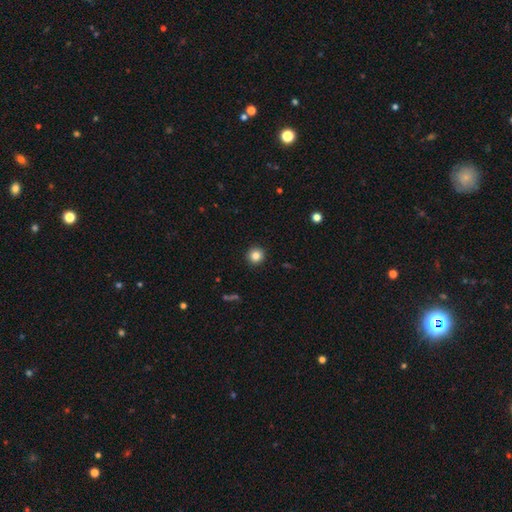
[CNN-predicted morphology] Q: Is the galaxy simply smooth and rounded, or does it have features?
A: smooth — 84%.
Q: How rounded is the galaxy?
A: round — 95%.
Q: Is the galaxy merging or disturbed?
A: none — 93%.